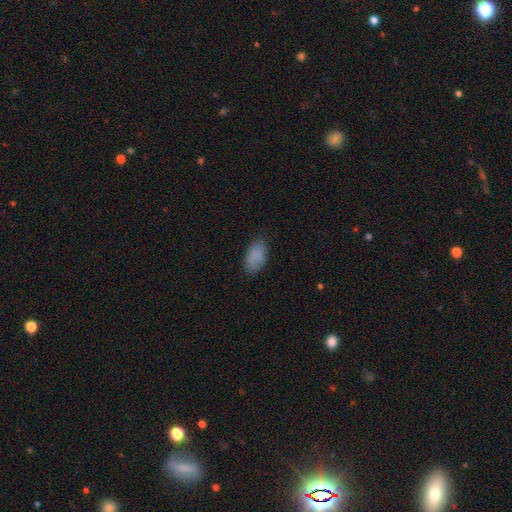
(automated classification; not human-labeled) smooth-or-featured: smooth: 87% | star or artifact: 8% | featured or disk: 5%
  how-rounded: in between: 94% | round: 4% | cigar-shaped: 2%
  merging: none: 80% | minor disturbance: 16% | major disturbance: 4% | merger: 1%